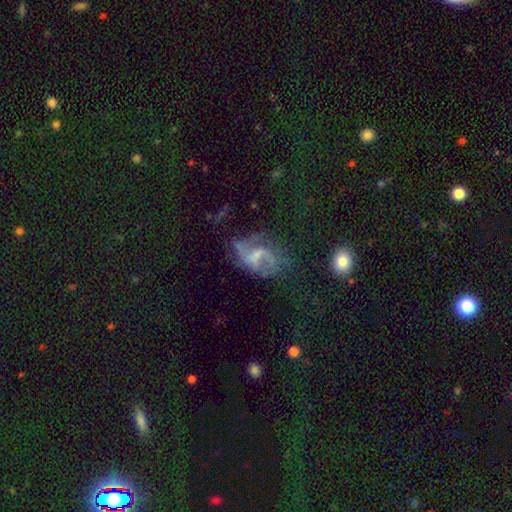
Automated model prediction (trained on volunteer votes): Morphology: type=featured or disk (75%); edge-on=no (97%); bar=weak (51%); spiral arms=yes (84%); winding=loose (58%); arm count=2 (79%); bulge=small (54%); merging=none (46%).